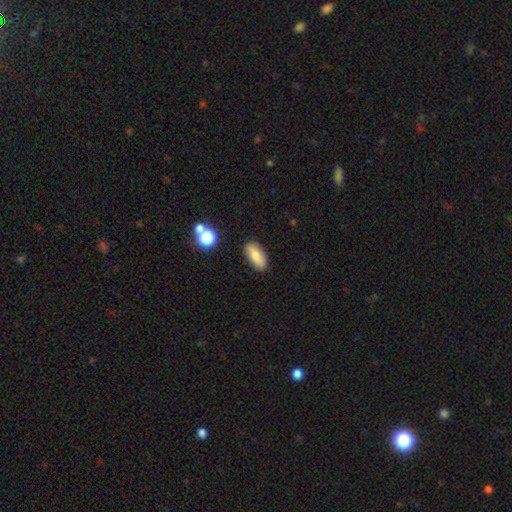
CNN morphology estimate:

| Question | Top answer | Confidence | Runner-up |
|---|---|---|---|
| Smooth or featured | smooth | 80% | featured or disk (12%) |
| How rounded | in between | 84% | cigar-shaped (13%) |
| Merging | none | 86% | minor disturbance (9%) |